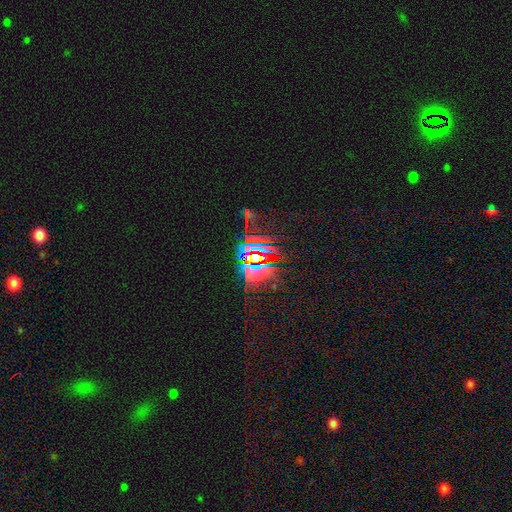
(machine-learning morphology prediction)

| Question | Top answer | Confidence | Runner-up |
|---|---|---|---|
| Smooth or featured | star or artifact | 78% | featured or disk (11%) |